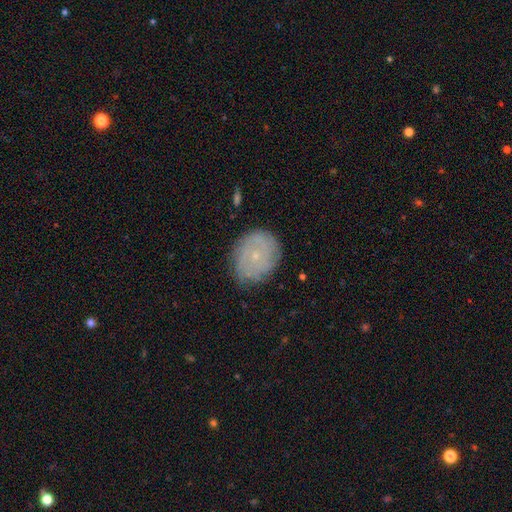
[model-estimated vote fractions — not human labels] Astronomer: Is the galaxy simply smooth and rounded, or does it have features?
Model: featured or disk — 56% (runner-up: smooth, 34%).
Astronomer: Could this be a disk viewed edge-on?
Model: no — 97%.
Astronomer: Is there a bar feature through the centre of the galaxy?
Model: no — 86%.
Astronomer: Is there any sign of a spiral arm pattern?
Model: yes — 79%.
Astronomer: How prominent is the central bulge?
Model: small — 82%.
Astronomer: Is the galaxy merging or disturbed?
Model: none — 80%.